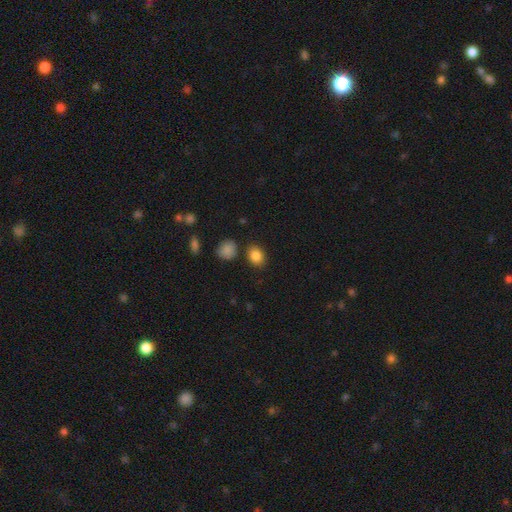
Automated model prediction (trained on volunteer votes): Morphology: type=smooth (85%); roundness=in between (53%); merging=none (82%).